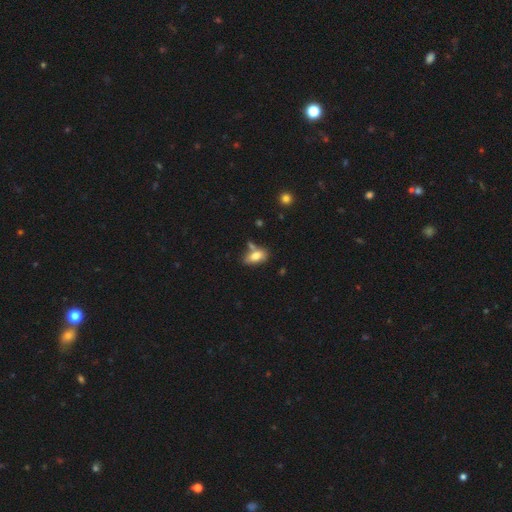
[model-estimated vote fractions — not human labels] The model was most divided on "merging": none: 52%, minor disturbance: 21%, merger: 21%, major disturbance: 7%. More confident: how rounded — in between (87%); smooth or featured — smooth (75%).